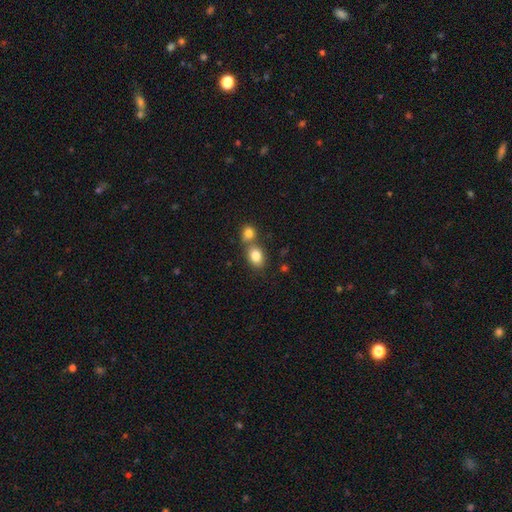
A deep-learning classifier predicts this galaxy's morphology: Smooth or featured: smooth — 83% (star or artifact — 9%)
How rounded: in between — 67% (round — 32%)
Merging: none — 47% (merger — 41%)